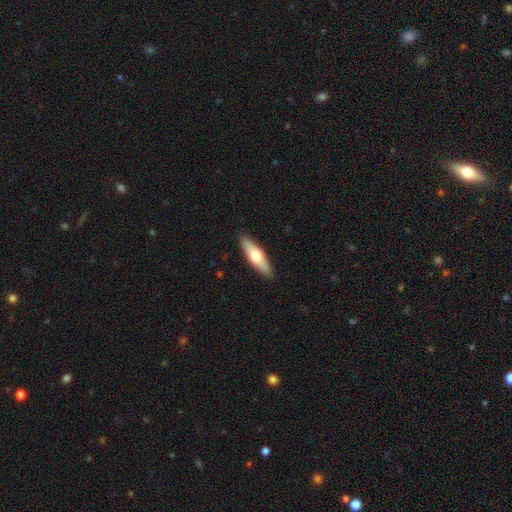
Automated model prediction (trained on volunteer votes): Q: Smooth or featured?
A: smooth (56%); runner-up: featured or disk (39%)
Q: How rounded?
A: cigar-shaped (60%); runner-up: in between (38%)
Q: Merging?
A: none (90%); runner-up: minor disturbance (7%)